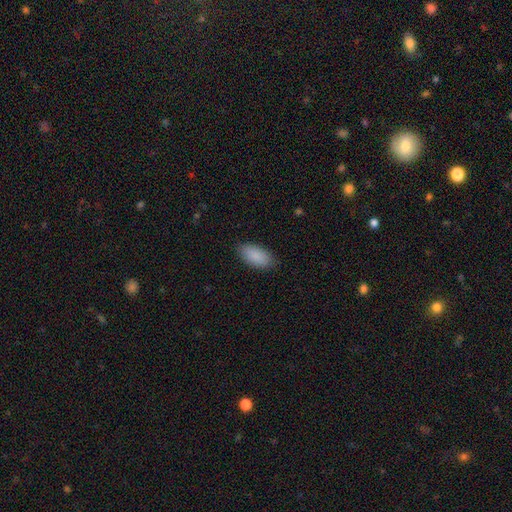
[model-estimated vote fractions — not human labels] A smooth galaxy with no disk features (90%) that is in between round and cigar-shaped (94%). Merging: none (85%).